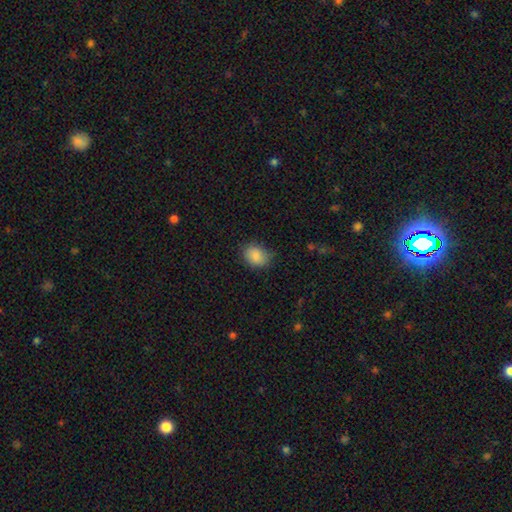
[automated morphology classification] This appears to be a smooth galaxy with no disk features (86%) that is in between round and cigar-shaped (57%). Merging: none (75%).